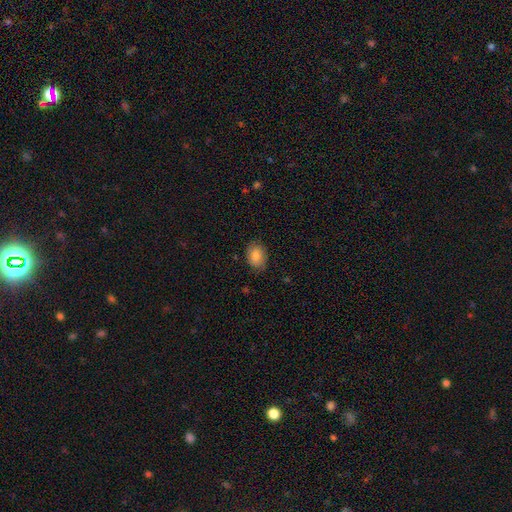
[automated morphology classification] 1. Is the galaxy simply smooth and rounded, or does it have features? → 83% smooth, 9% featured or disk, 7% star or artifact.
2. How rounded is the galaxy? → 76% in between, 23% round, 1% cigar-shaped.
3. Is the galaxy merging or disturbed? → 81% none, 15% minor disturbance, 3% major disturbance, 1% merger.